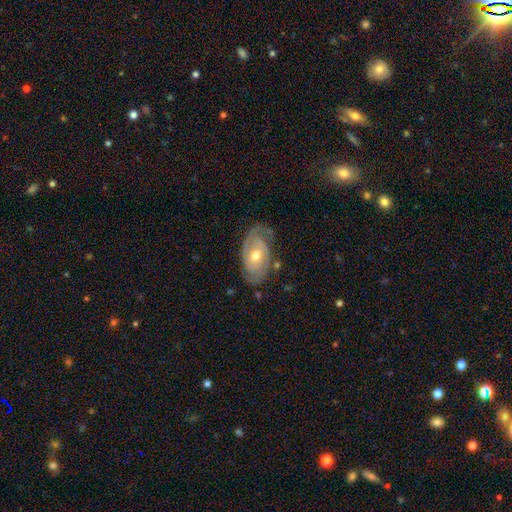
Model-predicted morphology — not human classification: The model was most divided on "bar": no: 60%, weak: 31%, strong: 8%. More confident: edge-on disk — no (95%); spiral arms — yes (94%); smooth or featured — featured or disk (84%); spiral arm count — 2 (76%); merging — none (74%); bulge size — moderate (67%); spiral winding — tight (63%).